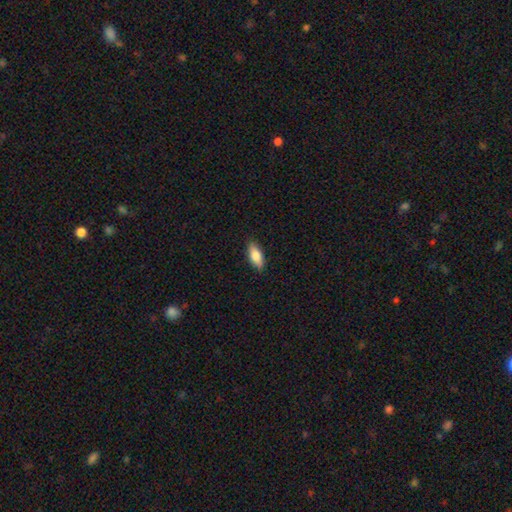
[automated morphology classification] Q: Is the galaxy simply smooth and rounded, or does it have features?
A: smooth — 81%.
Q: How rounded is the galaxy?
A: in between — 80%.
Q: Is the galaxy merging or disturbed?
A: none — 89%.